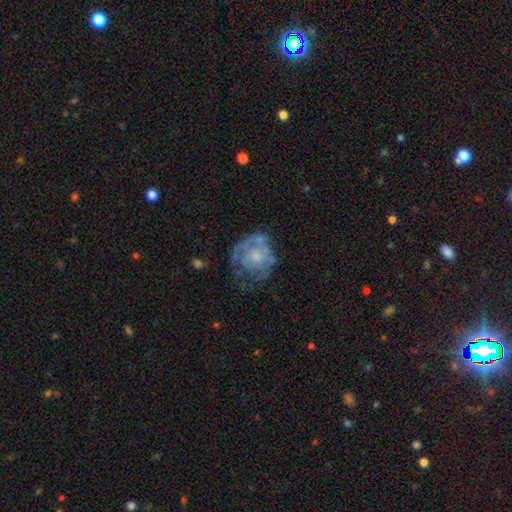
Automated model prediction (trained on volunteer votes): Overall: featured or disk (61%; smooth 31%). Edge-on disk: no (98%). Bar: no (84%). Spiral arms: no (58%; yes 42%). Bulge size: small (42%; moderate 39%). Merging: none (44%; minor disturbance 26%).